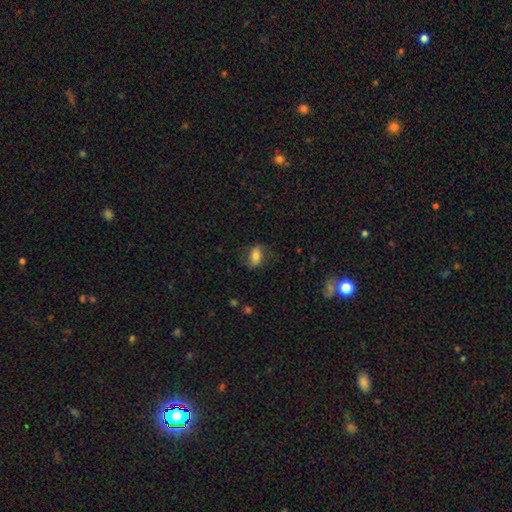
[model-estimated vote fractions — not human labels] A smooth galaxy with no disk features (61%) that is in between round and cigar-shaped (80%). Merging: none (70%).